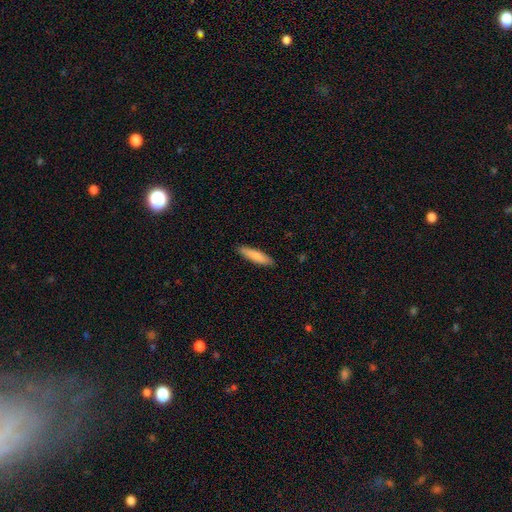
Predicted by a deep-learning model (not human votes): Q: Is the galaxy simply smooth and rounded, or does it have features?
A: smooth — 84%.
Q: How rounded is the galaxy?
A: cigar-shaped — 79%.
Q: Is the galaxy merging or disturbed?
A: none — 89%.